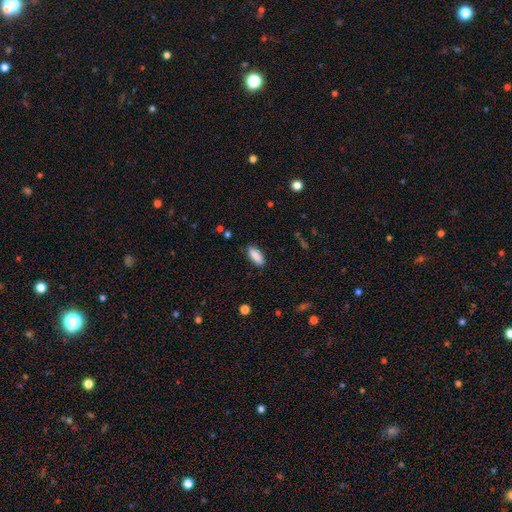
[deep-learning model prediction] Smooth or featured?
  - smooth: 88% *
  - star or artifact: 7%
  - featured or disk: 5%
How rounded?
  - in between: 81% *
  - cigar-shaped: 17%
  - round: 2%
Merging?
  - none: 86% *
  - minor disturbance: 11%
  - major disturbance: 2%
  - merger: 1%